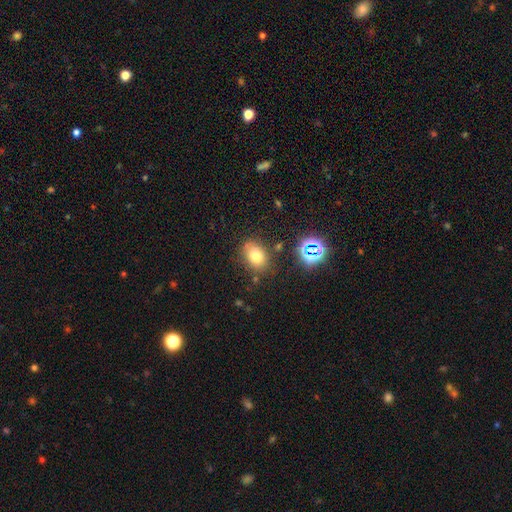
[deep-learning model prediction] This appears to be a smooth galaxy with no disk features (74%) that is in between round and cigar-shaped (70%). Merging: none (76%).